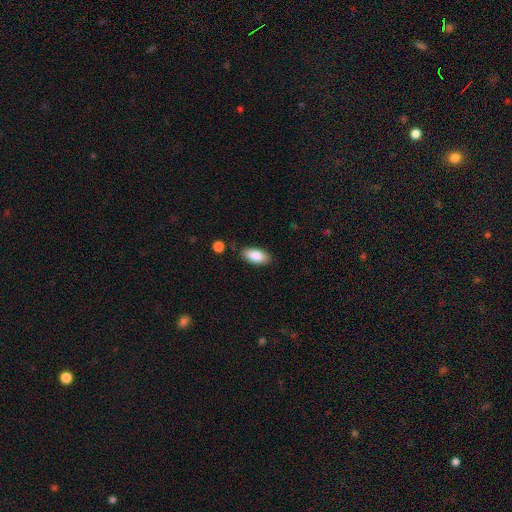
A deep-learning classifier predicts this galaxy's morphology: smooth_or_featured: smooth (p=0.87) [alt: featured or disk p=0.07]
how_rounded: in between (p=0.91) [alt: cigar-shaped p=0.07]
merging: none (p=0.81) [alt: minor disturbance p=0.14]